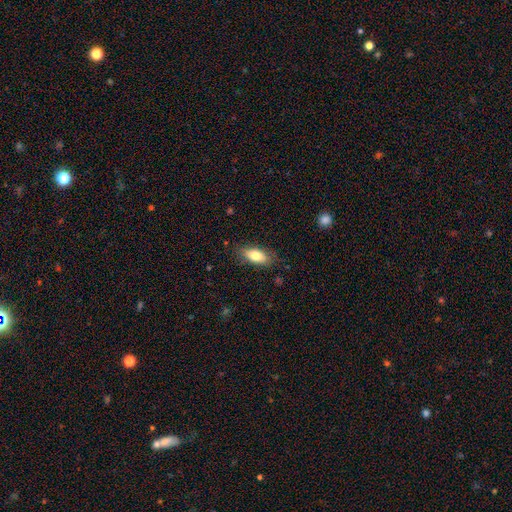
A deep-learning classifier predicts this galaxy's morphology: Overall: smooth (76%). How rounded: in between (81%). Merging: none (81%).